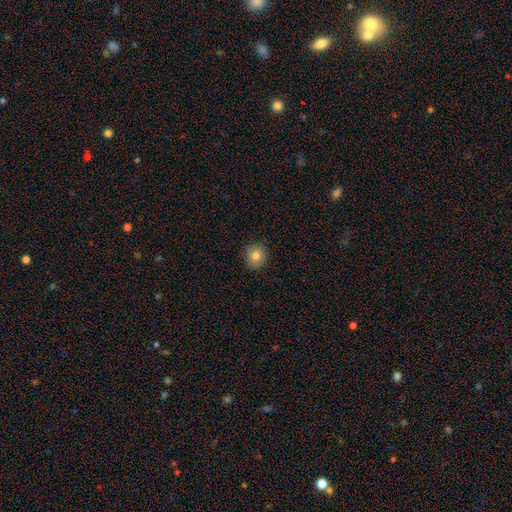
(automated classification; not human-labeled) smooth_or_featured: smooth (p=0.79) [alt: featured or disk p=0.11]
how_rounded: round (p=0.84) [alt: in between p=0.15]
merging: none (p=0.90) [alt: minor disturbance p=0.08]